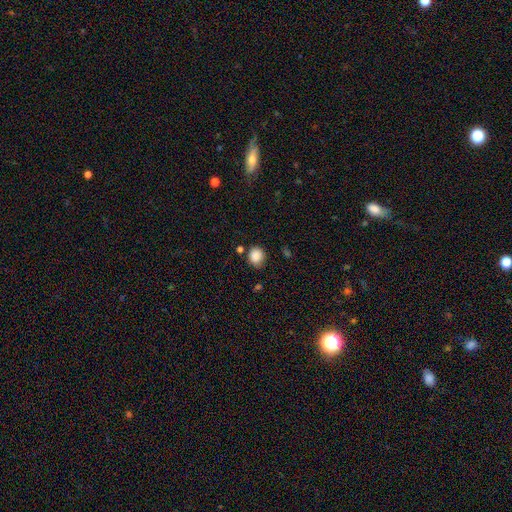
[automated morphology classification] smooth_or_featured: smooth (p=0.87) [alt: star or artifact p=0.09]
how_rounded: round (p=0.75) [alt: in between p=0.24]
merging: none (p=0.77) [alt: minor disturbance p=0.15]